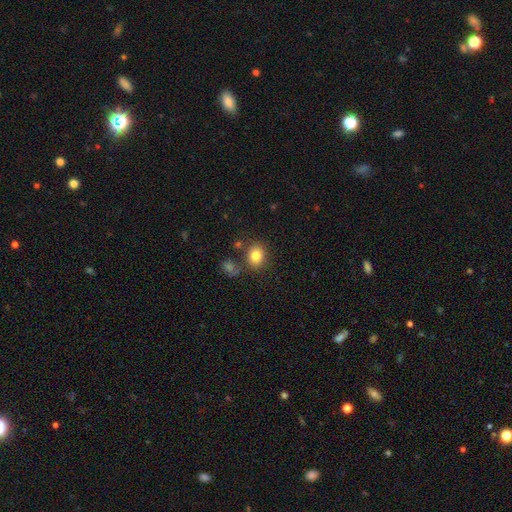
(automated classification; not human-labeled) Smooth or featured? smooth (82%)
How rounded? round (59%)
Merging? none (76%)